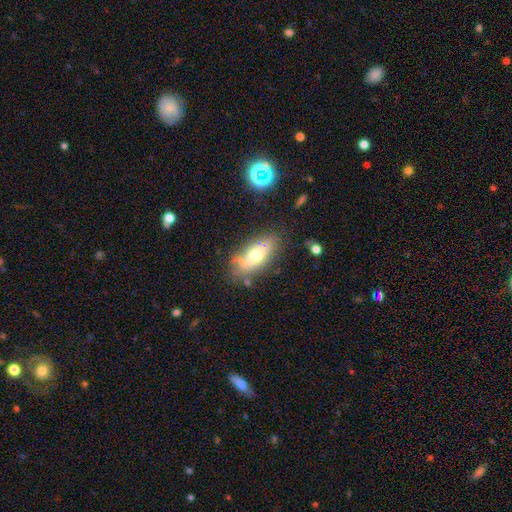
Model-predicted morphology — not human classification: smooth-or-featured: smooth: 48% | featured or disk: 41% | star or artifact: 11%
  merging: none: 65% | minor disturbance: 23% | major disturbance: 7% | merger: 5%